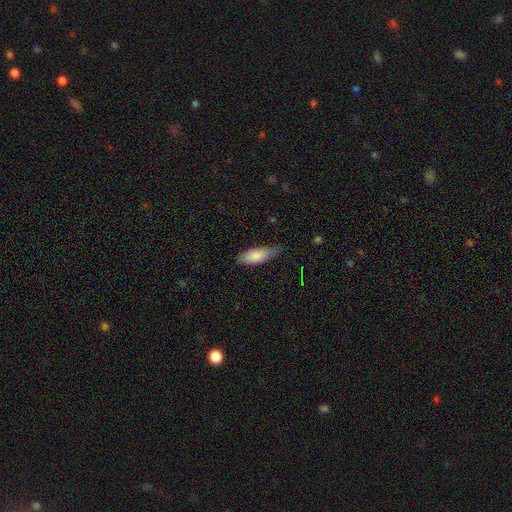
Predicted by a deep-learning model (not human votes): smooth 84%, featured or disk 10%, star or artifact 6%. Down the decision tree: how rounded — in between (72%); merging — none (64%).